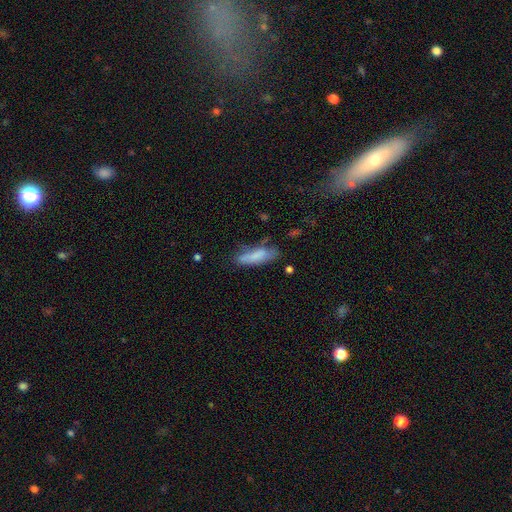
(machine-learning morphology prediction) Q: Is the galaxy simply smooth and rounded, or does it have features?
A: smooth — 77%.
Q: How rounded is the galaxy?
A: cigar-shaped — 58%.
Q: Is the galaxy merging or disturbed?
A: none — 58%.